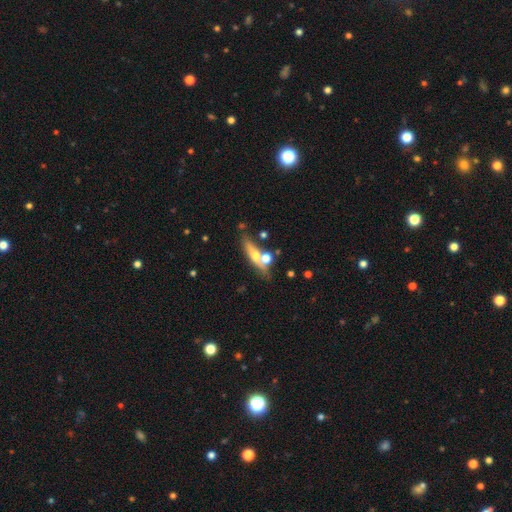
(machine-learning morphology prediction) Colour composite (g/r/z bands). It shows a smooth galaxy with no disk features (49%). Merging: none (54%).